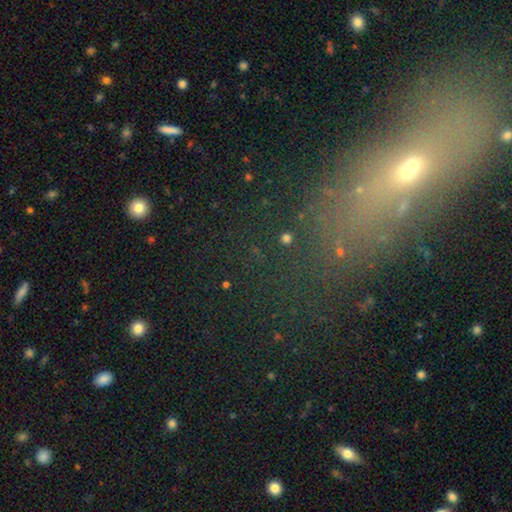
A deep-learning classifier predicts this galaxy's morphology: This is marginally a star or artifact rather than a galaxy (41%).